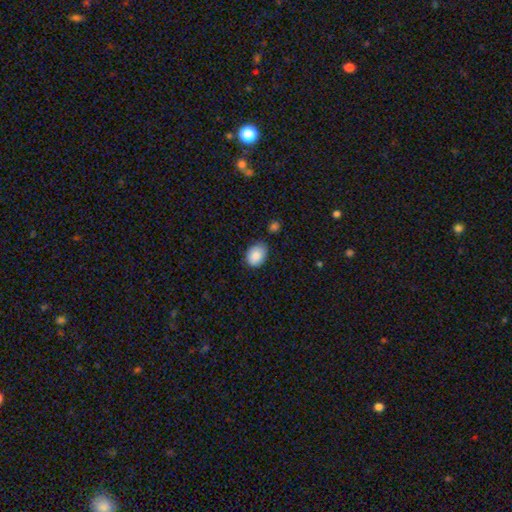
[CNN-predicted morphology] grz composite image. It shows a smooth galaxy with no disk features (88%) that is in between round and cigar-shaped (76%). Merging: none (71%).